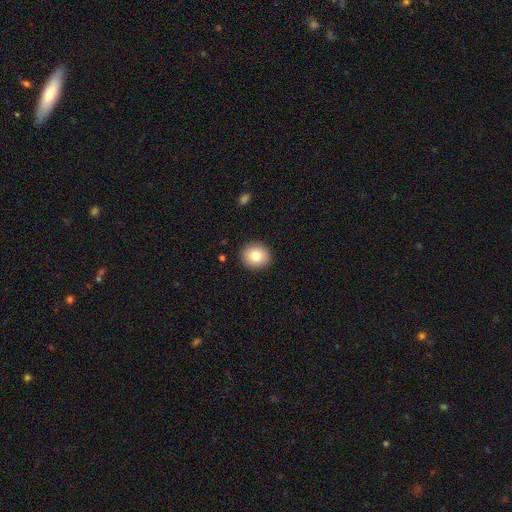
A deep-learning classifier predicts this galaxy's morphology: Q: Smooth or featured?
A: smooth (81%); runner-up: featured or disk (10%)
Q: How rounded?
A: round (86%); runner-up: in between (13%)
Q: Merging?
A: none (91%); runner-up: minor disturbance (6%)